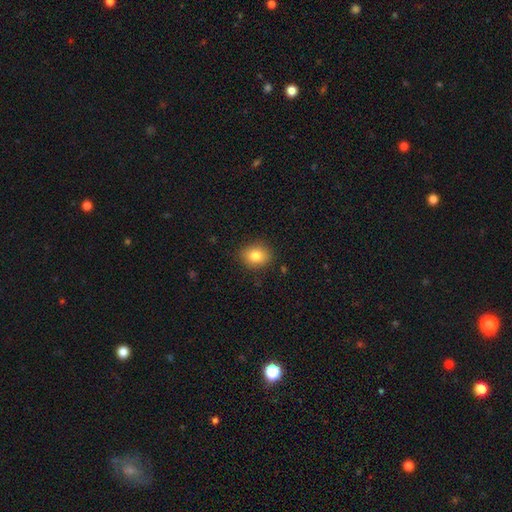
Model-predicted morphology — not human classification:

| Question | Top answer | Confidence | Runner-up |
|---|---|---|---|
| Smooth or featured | smooth | 81% | star or artifact (10%) |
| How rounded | round | 59% | in between (40%) |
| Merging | none | 87% | minor disturbance (9%) |